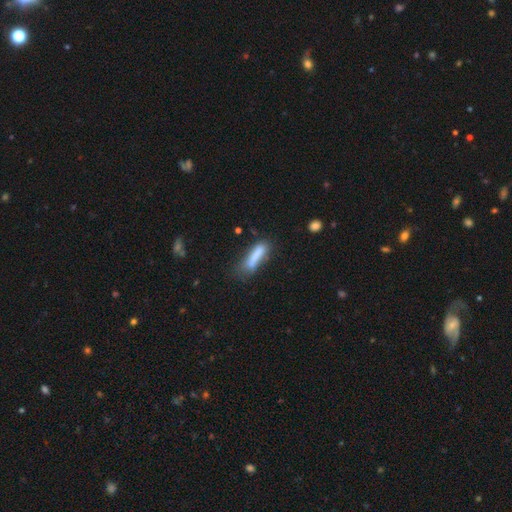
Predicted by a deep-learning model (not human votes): A smooth galaxy with no disk features (76%) that is cigar-shaped (72%). Merging: none (48%).